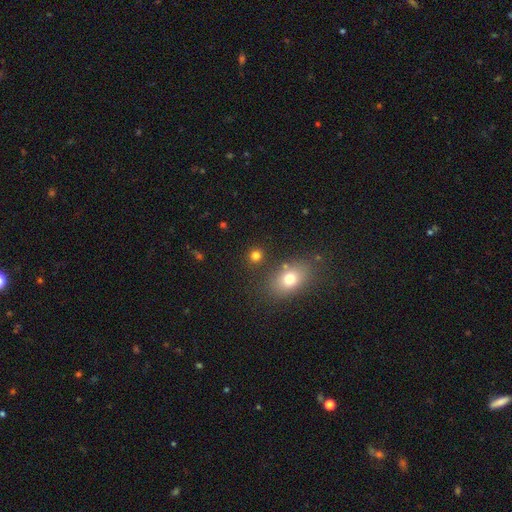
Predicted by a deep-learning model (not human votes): Smooth or featured: smooth — 78% (star or artifact — 15%)
How rounded: round — 81% (in between — 18%)
Merging: none — 83% (minor disturbance — 7%)